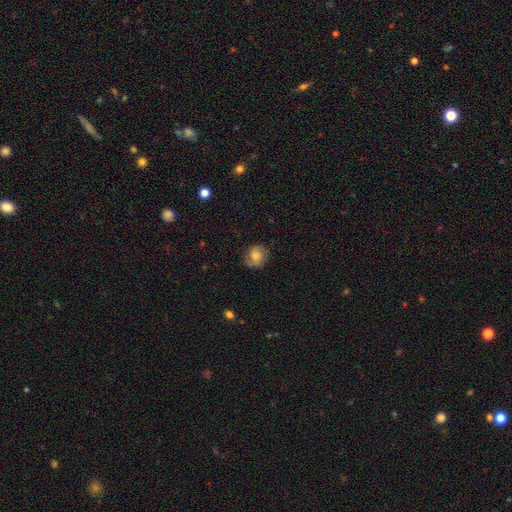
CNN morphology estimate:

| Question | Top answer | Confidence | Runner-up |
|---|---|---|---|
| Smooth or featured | smooth | 50% | featured or disk (40%) |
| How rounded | round | 76% | in between (23%) |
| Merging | none | 70% | minor disturbance (21%) |